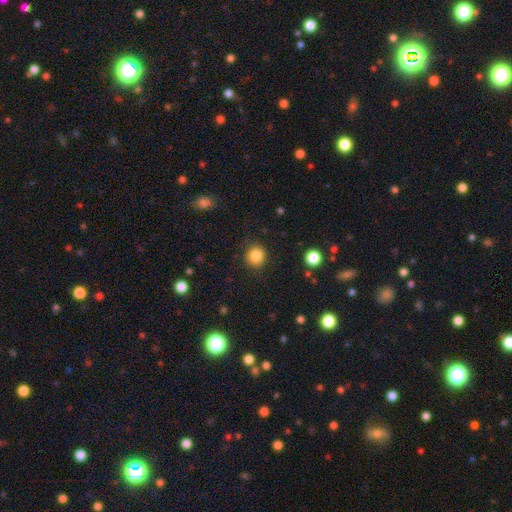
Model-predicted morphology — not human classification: A smooth galaxy with no disk features (85%) that is round (86%). Merging: none (88%).